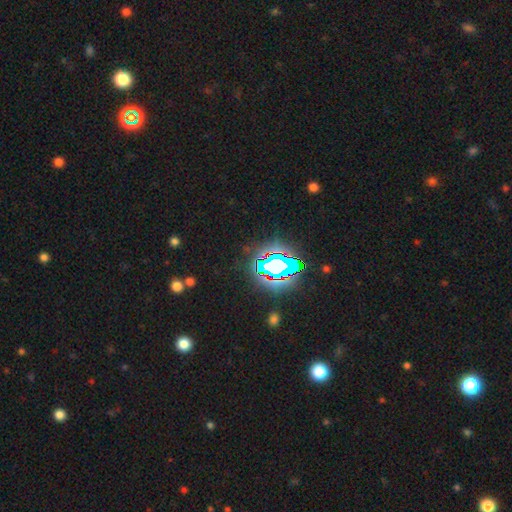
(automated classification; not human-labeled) Smooth or featured?
  - star or artifact: 84% *
  - smooth: 9%
  - featured or disk: 6%